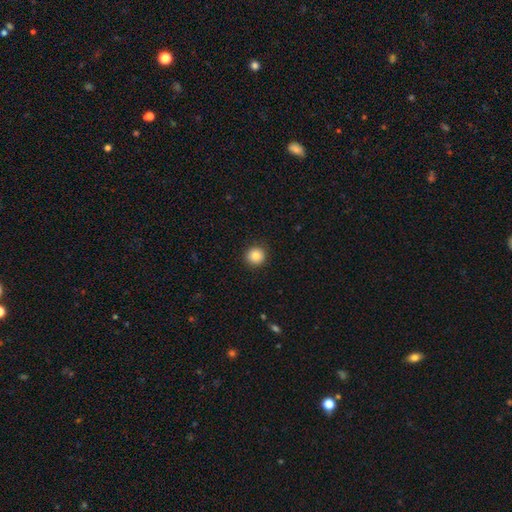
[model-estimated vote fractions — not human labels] smooth-or-featured: smooth: 85% | star or artifact: 9% | featured or disk: 5%
  how-rounded: round: 94% | in between: 6% | cigar-shaped: 1%
  merging: none: 91% | minor disturbance: 6% | major disturbance: 2% | merger: 1%